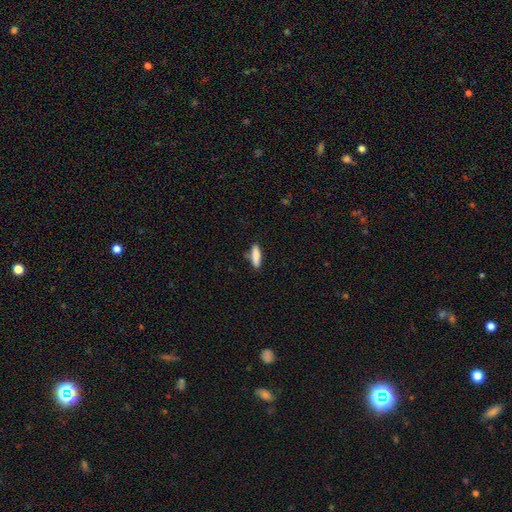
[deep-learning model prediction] smooth-or-featured: smooth: 85% | featured or disk: 8% | star or artifact: 6%
  how-rounded: cigar-shaped: 62% | in between: 37% | round: 2%
  merging: none: 81% | minor disturbance: 14% | merger: 3% | major disturbance: 3%